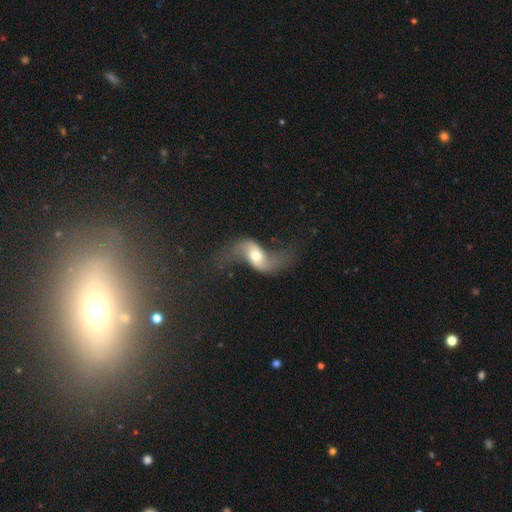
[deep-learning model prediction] featured or disk 78%, smooth 16%, star or artifact 6%. Down the decision tree: edge-on disk — no (93%); bar — no (49%); spiral arms — yes (91%); spiral arm count — 2 (93%); spiral winding — loose (92%); bulge size — moderate (65%); merging — none (53%).